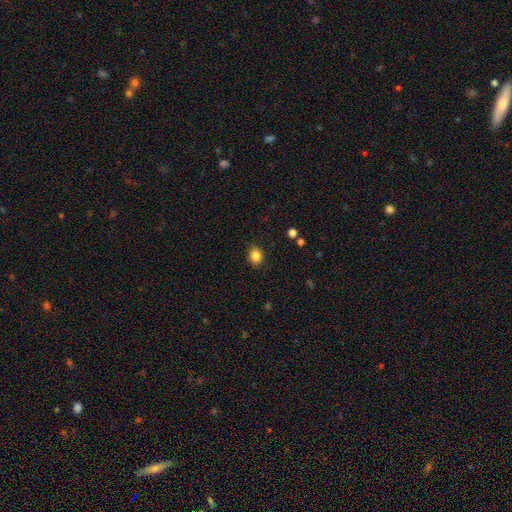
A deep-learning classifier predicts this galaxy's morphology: smooth-or-featured: smooth: 84% | star or artifact: 11% | featured or disk: 5%
  how-rounded: round: 56% | in between: 43% | cigar-shaped: 1%
  merging: none: 90% | minor disturbance: 7% | major disturbance: 2% | merger: 1%